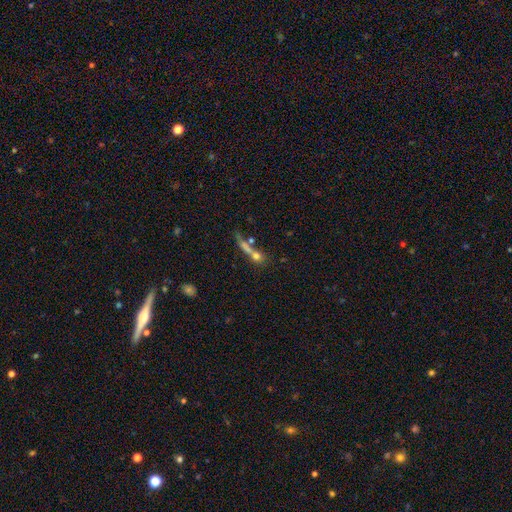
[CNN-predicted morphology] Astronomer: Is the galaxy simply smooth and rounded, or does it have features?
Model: smooth — 53%.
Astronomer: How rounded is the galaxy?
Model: round — 44% (runner-up: cigar-shaped, 35%).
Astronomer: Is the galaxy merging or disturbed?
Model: none — 47% (runner-up: merger, 33%).